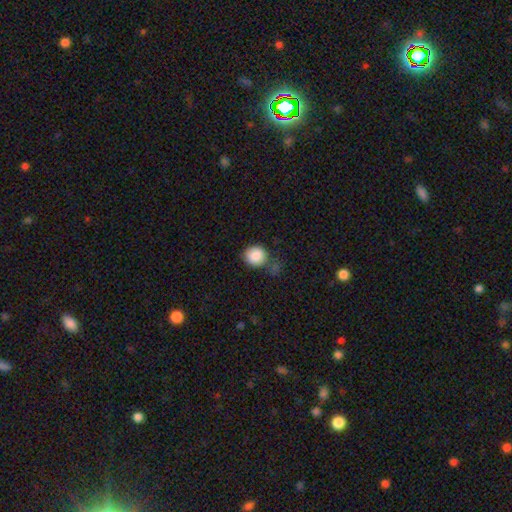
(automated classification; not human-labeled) smooth 87%, star or artifact 8%, featured or disk 5%. Down the decision tree: how rounded — round (82%); merging — none (59%).